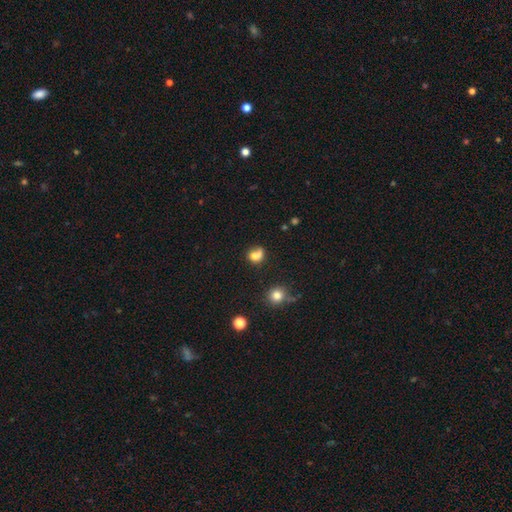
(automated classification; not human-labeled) Overall: smooth (73%). How rounded: round (65%; in between 34%). Merging: none (39%; merger 30%).